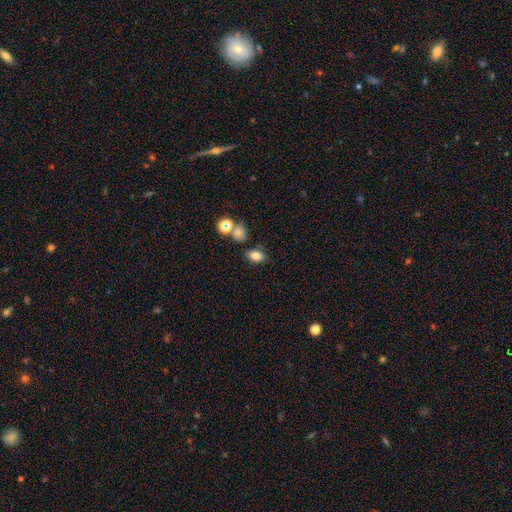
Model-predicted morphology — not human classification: smooth-or-featured: smooth: 79% | star or artifact: 14% | featured or disk: 8%
  how-rounded: in between: 81% | round: 17% | cigar-shaped: 2%
  merging: none: 71% | minor disturbance: 15% | merger: 9% | major disturbance: 4%